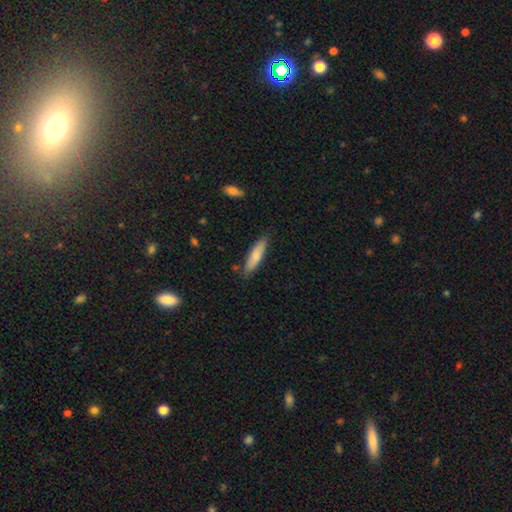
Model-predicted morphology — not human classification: This is likely a smooth galaxy (76%). How rounded: likely cigar-shaped (72%). Merging: clearly none (83%).